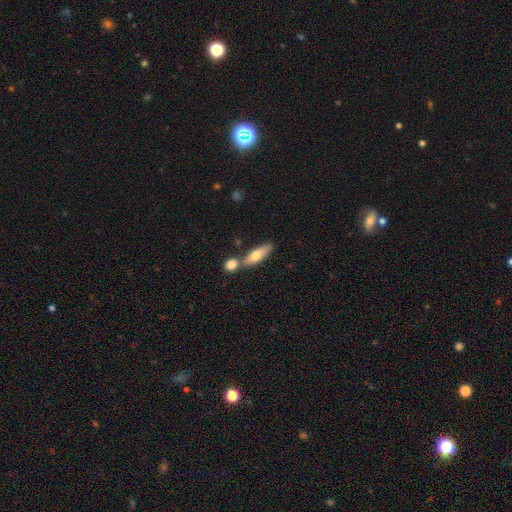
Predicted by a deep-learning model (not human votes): This is likely a smooth galaxy (63%). How rounded: possibly cigar-shaped (52%). Merging: possibly none (55%).